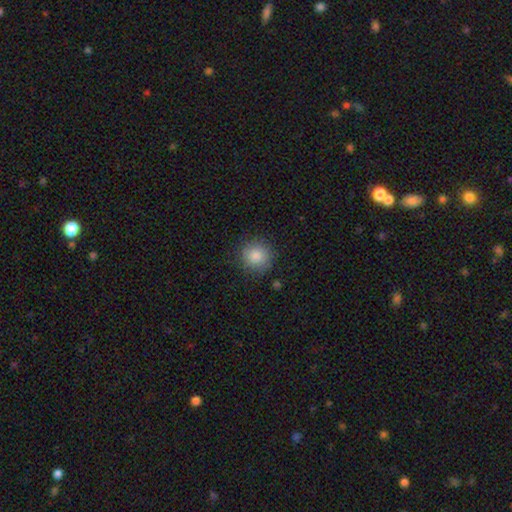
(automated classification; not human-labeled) Morphology: type=smooth (86%); roundness=round (93%); merging=none (86%).